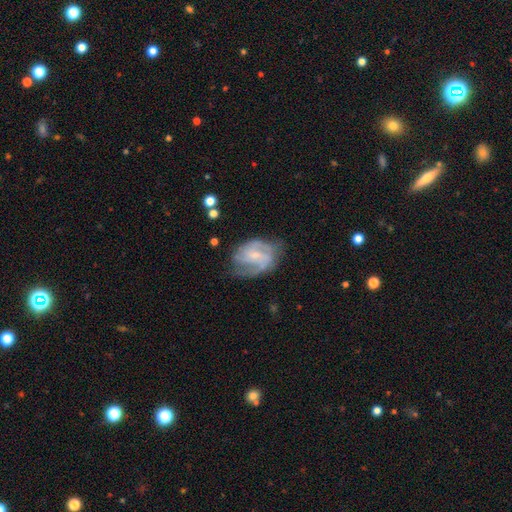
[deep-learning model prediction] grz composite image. It shows a featured or disk galaxy (80%) with a weak bar (45%), 2 (50%) medium (49%) spiral arms (93%) and a small central bulge (64%). Merging: none (61%).